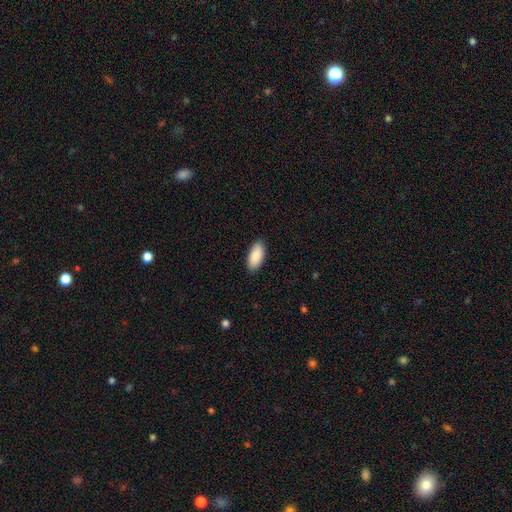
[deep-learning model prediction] This is clearly a smooth galaxy (90%). How rounded: clearly in between (90%). Merging: clearly none (89%).